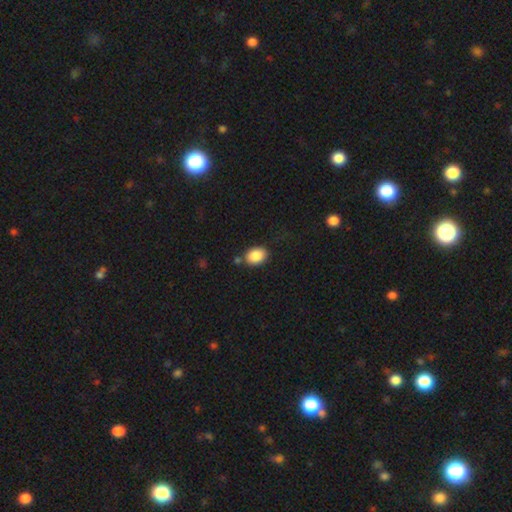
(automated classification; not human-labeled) smooth_or_featured: smooth (p=0.88) [alt: star or artifact p=0.08]
how_rounded: in between (p=0.68) [alt: round p=0.31]
merging: none (p=0.77) [alt: minor disturbance p=0.13]